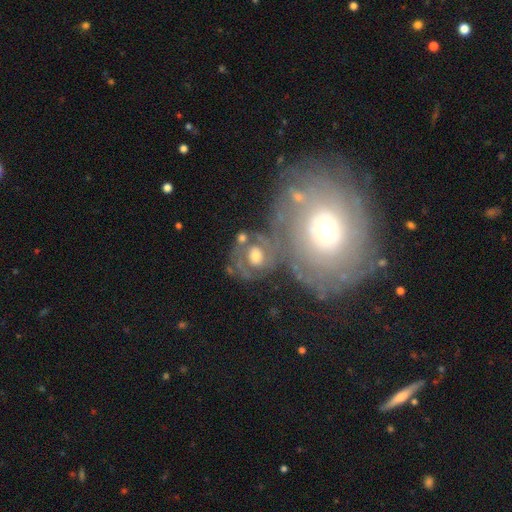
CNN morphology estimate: Smooth or featured? Predicted: featured or disk (p=0.73). Edge-on disk? Predicted: no (p=0.97). Bar? Predicted: no (p=0.67). Spiral arms? Predicted: yes (p=0.82). Spiral winding? Predicted: tight (p=0.58). Spiral arm count? Predicted: 2 (p=0.40). Bulge size? Predicted: moderate (p=0.63). Merging? Predicted: none (p=0.42).